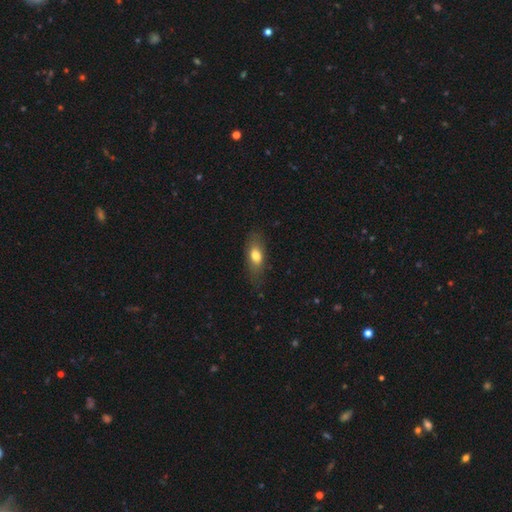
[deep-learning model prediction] Smooth or featured: smooth — 73% (featured or disk — 19%)
How rounded: in between — 79% (cigar-shaped — 15%)
Merging: none — 72% (minor disturbance — 20%)